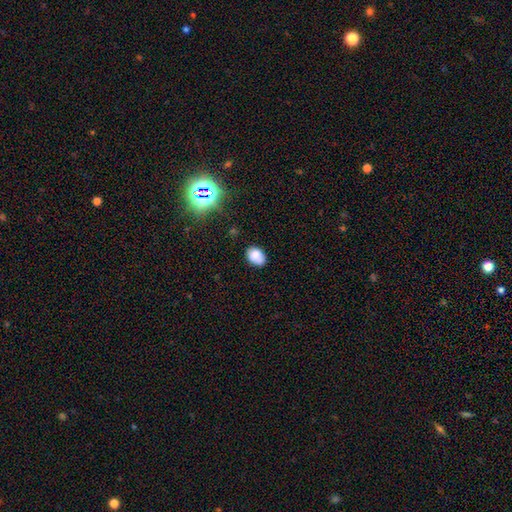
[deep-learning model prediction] Overall: smooth (83%). How rounded: in between (78%). Merging: none (78%).